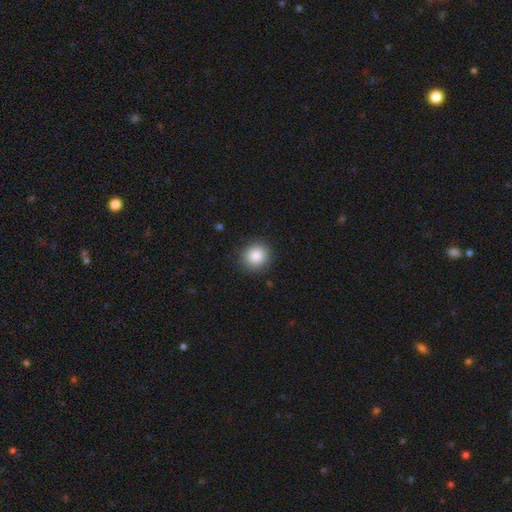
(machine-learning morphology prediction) A smooth galaxy with no disk features (87%) that is round (88%). Merging: none (90%).